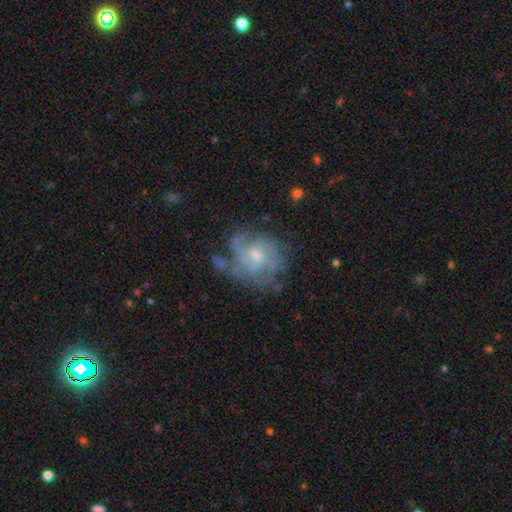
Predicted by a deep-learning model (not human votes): Smooth or featured? Predicted: featured or disk (p=0.70). Edge-on disk? Predicted: no (p=0.97). Bar? Predicted: no (p=0.66). Spiral arms? Predicted: yes (p=0.73). Spiral winding? Predicted: tight (p=0.47). Spiral arm count? Predicted: can't tell (p=0.50). Bulge size? Predicted: small (p=0.46, tied with moderate). Merging? Predicted: none (p=0.55).